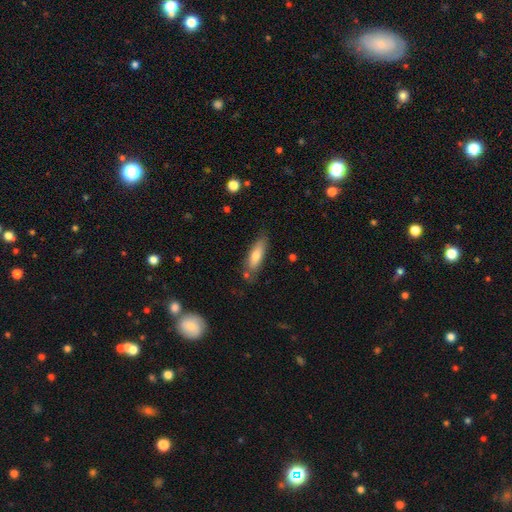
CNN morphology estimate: Smooth or featured?
  - smooth: 73% *
  - featured or disk: 21%
  - star or artifact: 6%
How rounded?
  - cigar-shaped: 52% *
  - in between: 46%
  - round: 2%
Merging?
  - none: 74% *
  - minor disturbance: 17%
  - merger: 5%
  - major disturbance: 4%